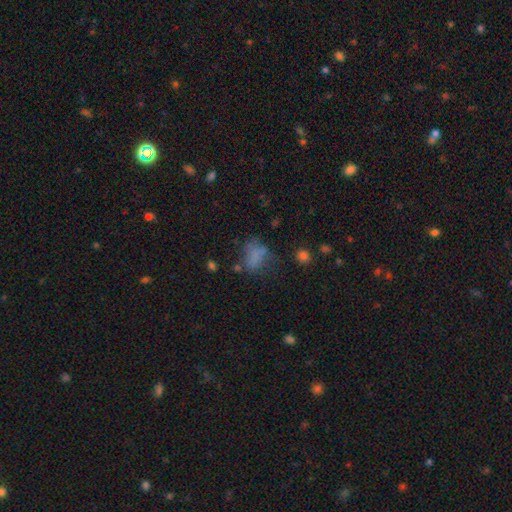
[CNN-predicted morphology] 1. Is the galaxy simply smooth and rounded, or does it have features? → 62% smooth, 20% featured or disk, 18% star or artifact.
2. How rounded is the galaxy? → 71% in between, 26% round, 3% cigar-shaped.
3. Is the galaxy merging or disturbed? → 42% none, 25% major disturbance, 24% minor disturbance, 9% merger.